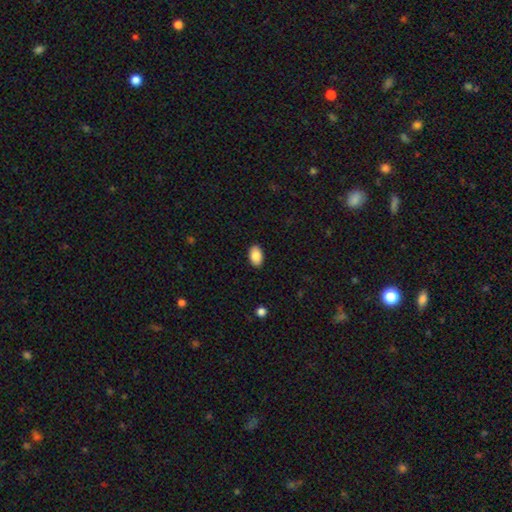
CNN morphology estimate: Smooth or featured? smooth (88%)
How rounded? in between (92%)
Merging? none (89%)